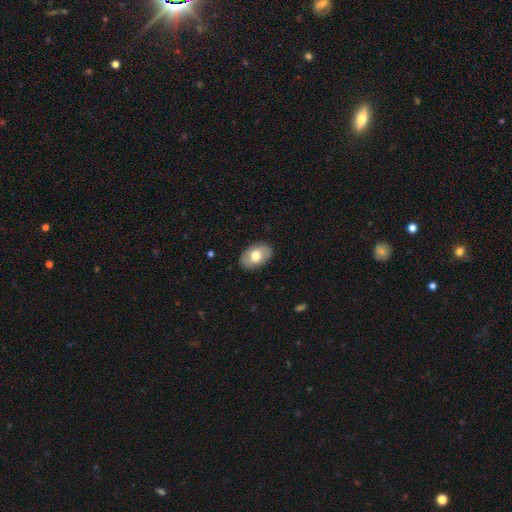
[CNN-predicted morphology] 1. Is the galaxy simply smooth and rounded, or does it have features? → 64% smooth, 30% featured or disk, 6% star or artifact.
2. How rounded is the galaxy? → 90% in between, 9% round, 1% cigar-shaped.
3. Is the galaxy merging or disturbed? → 85% none, 11% minor disturbance, 3% major disturbance, 1% merger.